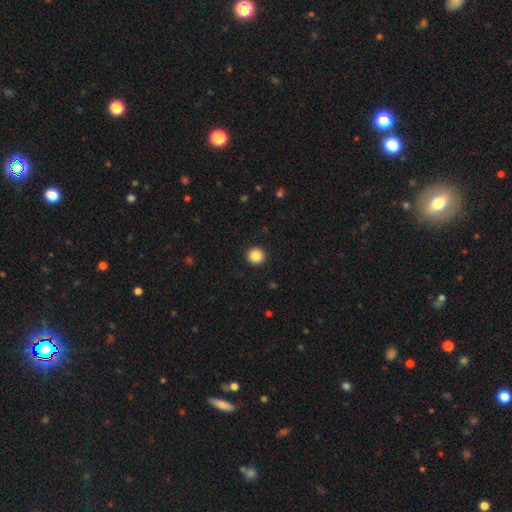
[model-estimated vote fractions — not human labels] Smooth or featured: smooth — 86% (star or artifact — 10%)
How rounded: round — 95% (in between — 4%)
Merging: none — 93% (minor disturbance — 4%)